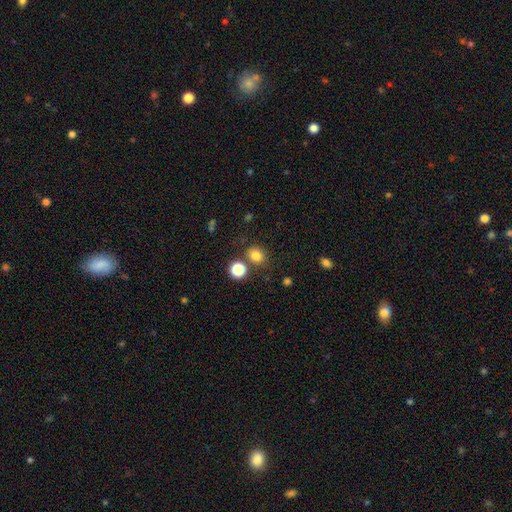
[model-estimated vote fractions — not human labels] This appears to be a smooth galaxy with no disk features (81%) that is round (62%). Merging: none (73%).